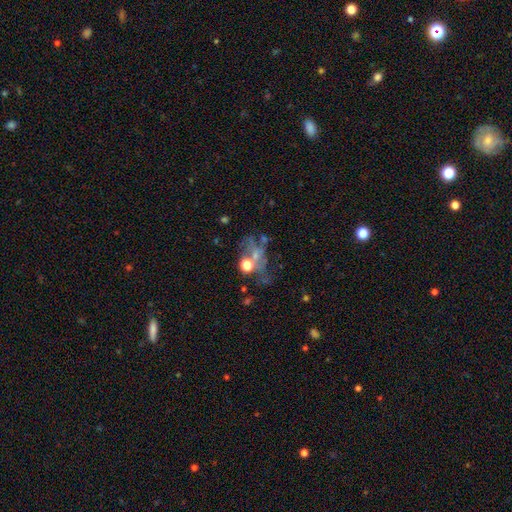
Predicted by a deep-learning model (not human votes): Overall: featured or disk (45%; star or artifact 32%). Merging: none (39%; major disturbance 27%).